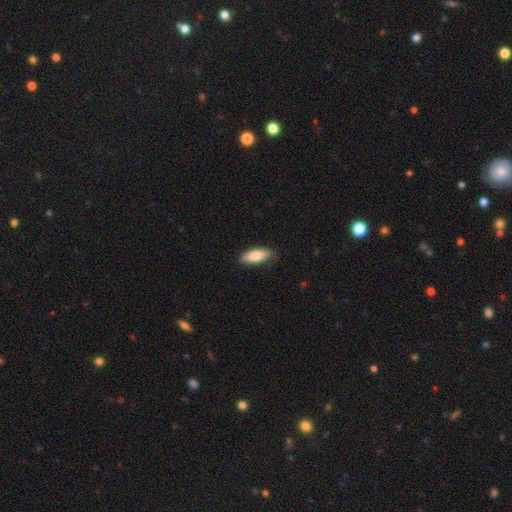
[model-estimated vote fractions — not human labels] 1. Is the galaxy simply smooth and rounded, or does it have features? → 77% smooth, 17% featured or disk, 6% star or artifact.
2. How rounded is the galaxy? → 69% in between, 29% cigar-shaped, 2% round.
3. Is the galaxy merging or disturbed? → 82% none, 14% minor disturbance, 2% major disturbance, 1% merger.